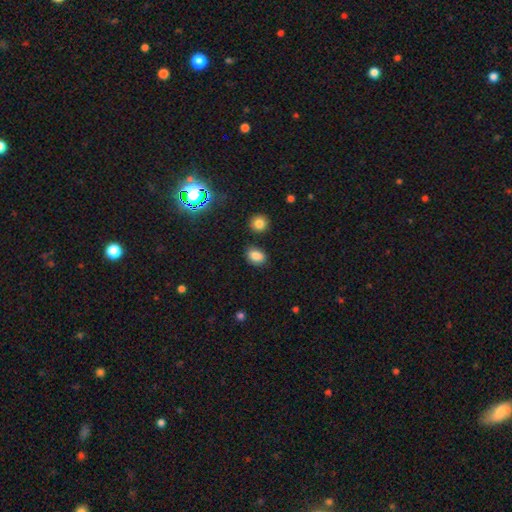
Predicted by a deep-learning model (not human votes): smooth_or_featured: smooth (p=0.84) [alt: star or artifact p=0.11]
how_rounded: in between (p=0.75) [alt: round p=0.23]
merging: none (p=0.81) [alt: minor disturbance p=0.11]